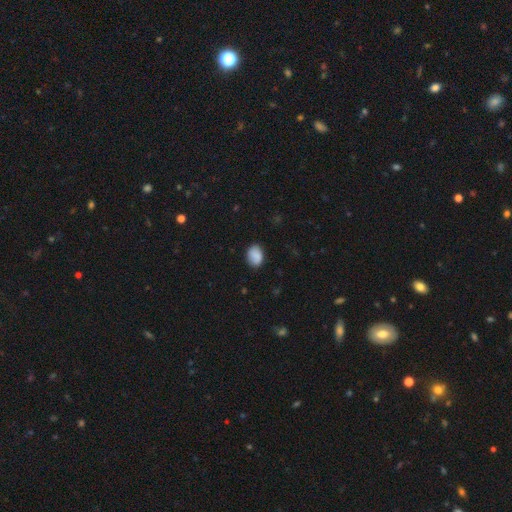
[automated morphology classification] Overall: smooth (87%). How rounded: in between (74%). Merging: none (82%).